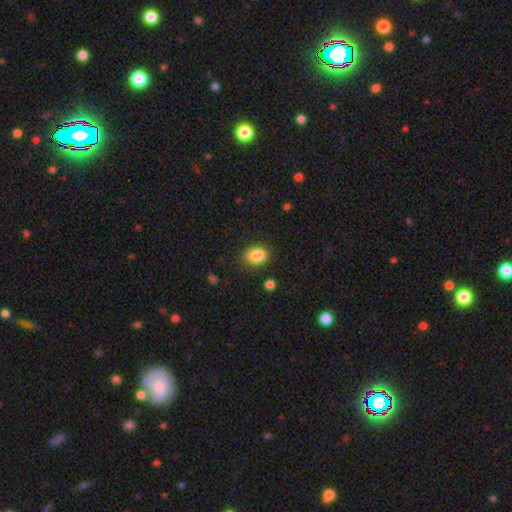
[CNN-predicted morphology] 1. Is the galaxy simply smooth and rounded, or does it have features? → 82% smooth, 10% star or artifact, 8% featured or disk.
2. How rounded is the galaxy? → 69% in between, 29% round, 1% cigar-shaped.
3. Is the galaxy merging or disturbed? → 63% none, 17% minor disturbance, 15% merger, 5% major disturbance.